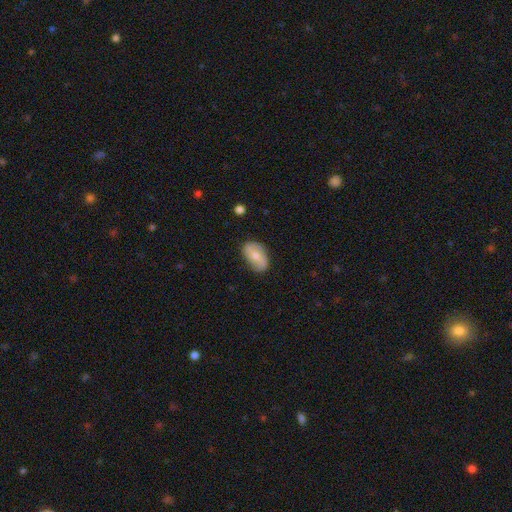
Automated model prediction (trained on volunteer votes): Smooth or featured? smooth (58%)
How rounded? in between (90%)
Merging? none (79%)